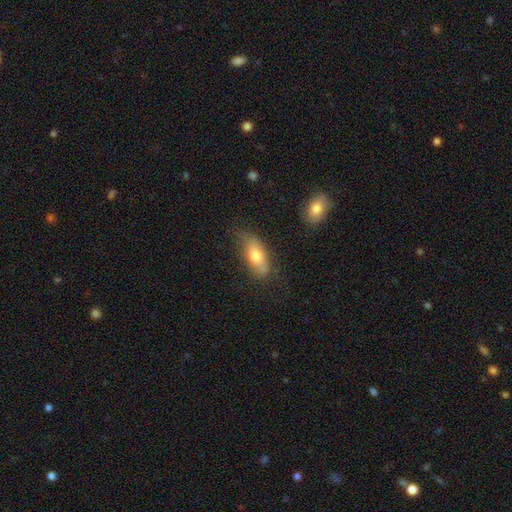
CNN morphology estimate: Smooth or featured?
  - smooth: 71% *
  - featured or disk: 22%
  - star or artifact: 7%
How rounded?
  - in between: 79% *
  - cigar-shaped: 17%
  - round: 3%
Merging?
  - none: 69% *
  - minor disturbance: 22%
  - major disturbance: 7%
  - merger: 2%